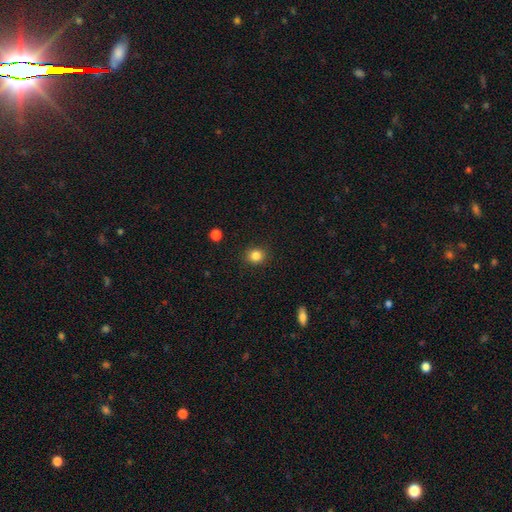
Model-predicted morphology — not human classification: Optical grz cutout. It shows a smooth galaxy with no disk features (84%) that is round (81%). Merging: none (90%).